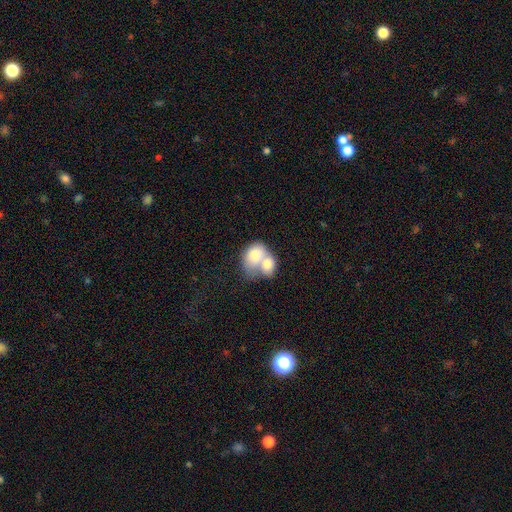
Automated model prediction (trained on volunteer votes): Smooth or featured? Predicted: smooth (p=0.76). How rounded? Predicted: in between (p=0.71). Merging? Predicted: merger (p=0.77).